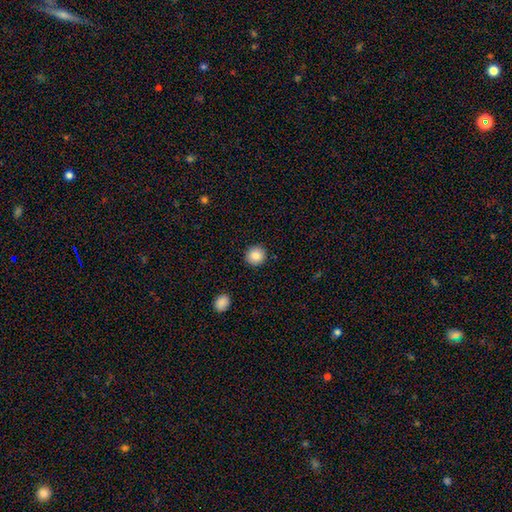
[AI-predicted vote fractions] smooth_or_featured: smooth (p=0.87) [alt: star or artifact p=0.09]
how_rounded: round (p=0.93) [alt: in between p=0.06]
merging: none (p=0.92) [alt: minor disturbance p=0.05]